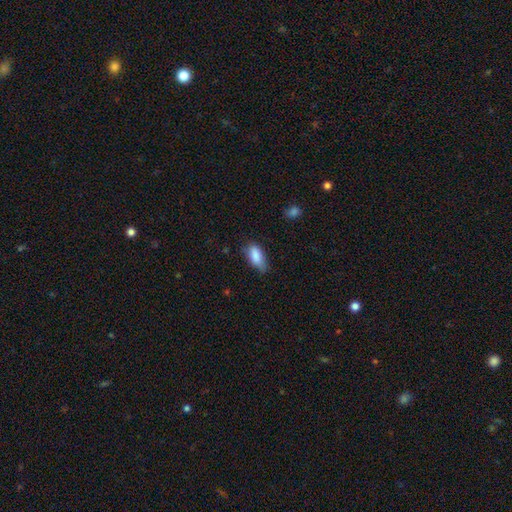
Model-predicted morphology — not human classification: This appears to be a smooth galaxy with no disk features (85%) that is in between round and cigar-shaped (88%). Merging: none (57%).